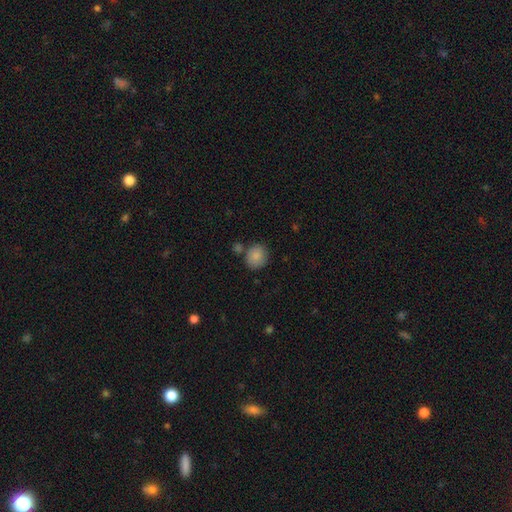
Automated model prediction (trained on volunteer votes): The model was most divided on "how rounded": round: 76%, in between: 23%, cigar-shaped: 1%. More confident: smooth or featured — smooth (87%); merging — none (72%).